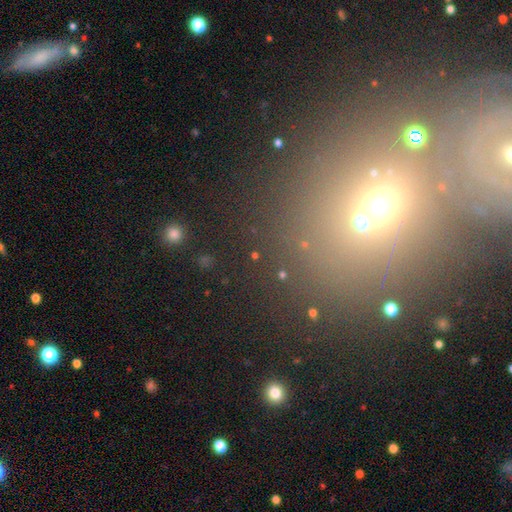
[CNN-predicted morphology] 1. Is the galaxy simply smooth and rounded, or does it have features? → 52% star or artifact, 37% smooth, 11% featured or disk.